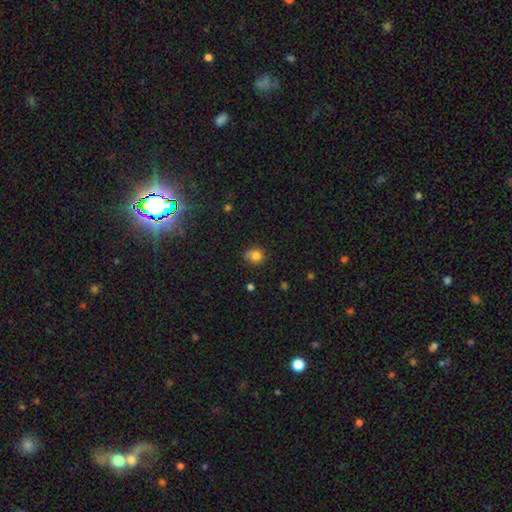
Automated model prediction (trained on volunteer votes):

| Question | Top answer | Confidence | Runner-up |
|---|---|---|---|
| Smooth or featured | smooth | 81% | star or artifact (12%) |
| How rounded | round | 75% | in between (24%) |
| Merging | none | 62% | minor disturbance (28%) |